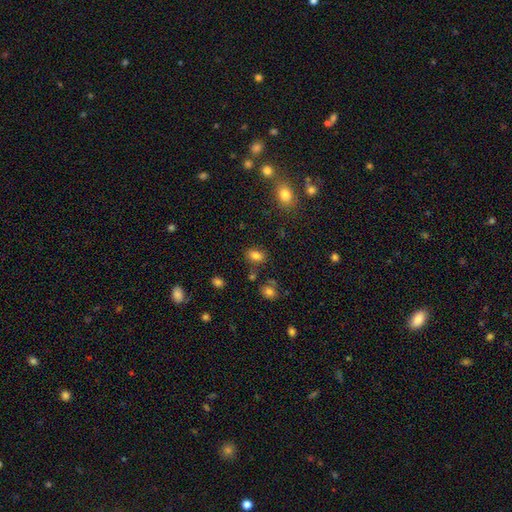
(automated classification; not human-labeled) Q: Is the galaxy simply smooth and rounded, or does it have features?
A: smooth — 81%.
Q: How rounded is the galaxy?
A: in between — 81%.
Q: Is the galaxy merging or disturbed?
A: none — 77%.